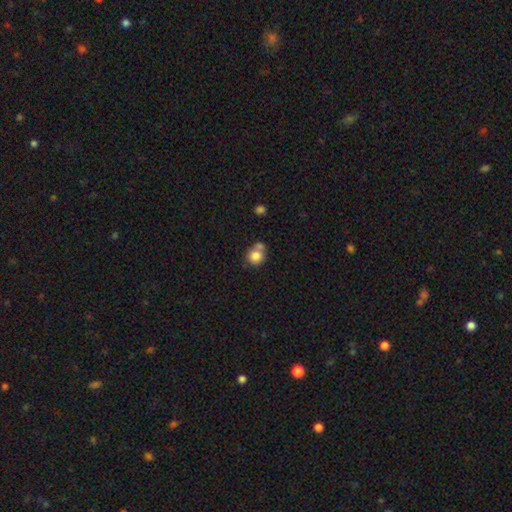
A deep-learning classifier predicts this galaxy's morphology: This appears to be a smooth galaxy with no disk features (81%) that is round (82%). Merging: none (48%).